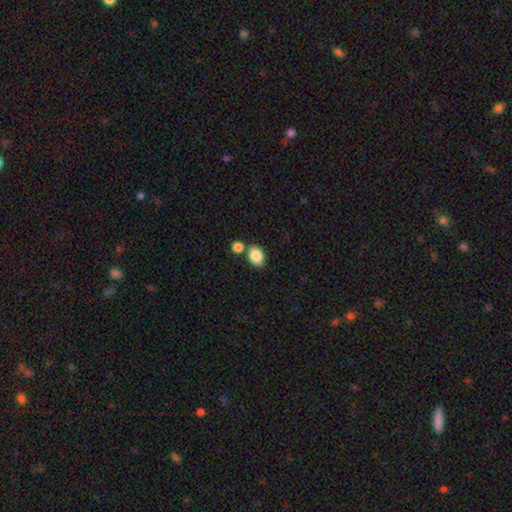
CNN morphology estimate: smooth_or_featured: smooth (p=0.86) [alt: star or artifact p=0.08]
how_rounded: in between (p=0.74) [alt: round p=0.25]
merging: none (p=0.68) [alt: merger p=0.18]